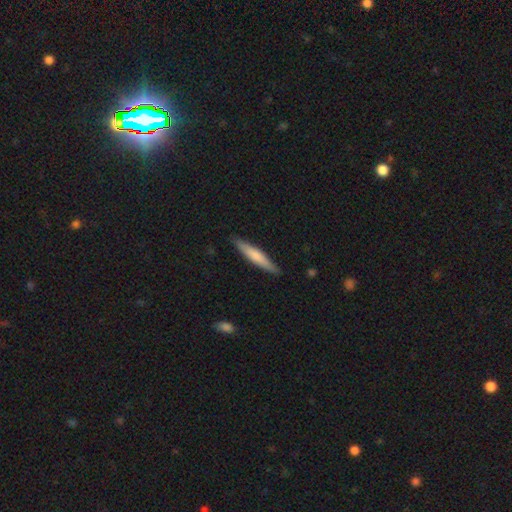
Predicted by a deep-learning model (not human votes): Smooth or featured?
  - smooth: 65% *
  - featured or disk: 30%
  - star or artifact: 5%
How rounded?
  - cigar-shaped: 92% *
  - in between: 7%
  - round: 1%
Merging?
  - none: 89% *
  - minor disturbance: 8%
  - major disturbance: 2%
  - merger: 1%